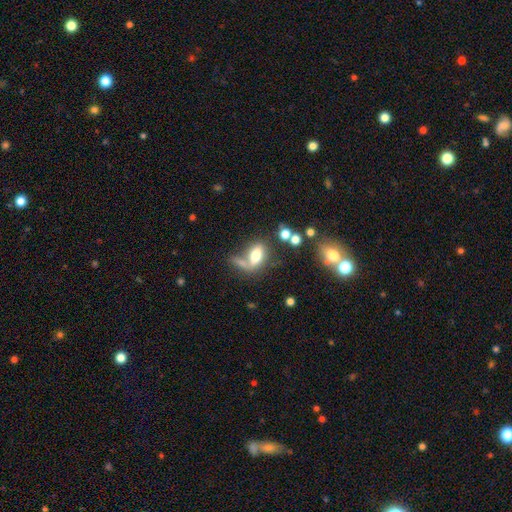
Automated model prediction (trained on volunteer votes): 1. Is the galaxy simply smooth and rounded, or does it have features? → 66% smooth, 22% featured or disk, 12% star or artifact.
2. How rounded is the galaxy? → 78% in between, 12% round, 9% cigar-shaped.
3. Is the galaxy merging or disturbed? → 36% merger, 35% none, 14% minor disturbance, 14% major disturbance.